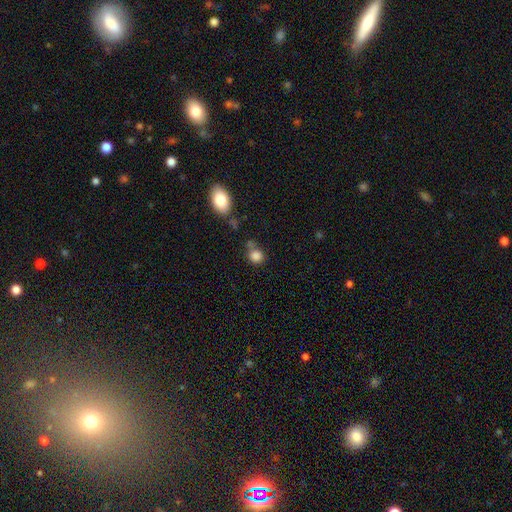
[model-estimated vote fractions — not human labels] Smooth or featured: smooth — 84% (star or artifact — 11%)
How rounded: round — 77% (in between — 22%)
Merging: none — 57% (merger — 20%)